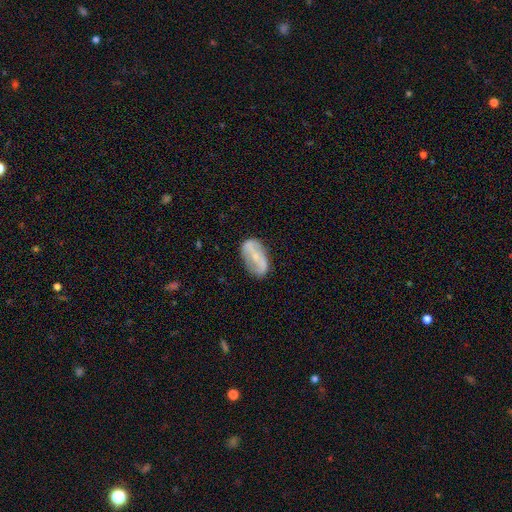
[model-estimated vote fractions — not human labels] Q: Smooth or featured?
A: featured or disk (62%); runner-up: smooth (31%)
Q: Edge-on disk?
A: no (92%); runner-up: yes (8%)
Q: Bar?
A: strong (45%); runner-up: weak (31%)
Q: Spiral arms?
A: yes (60%); runner-up: no (40%)
Q: Bulge size?
A: small (63%); runner-up: moderate (26%)
Q: Merging?
A: none (74%); runner-up: minor disturbance (18%)